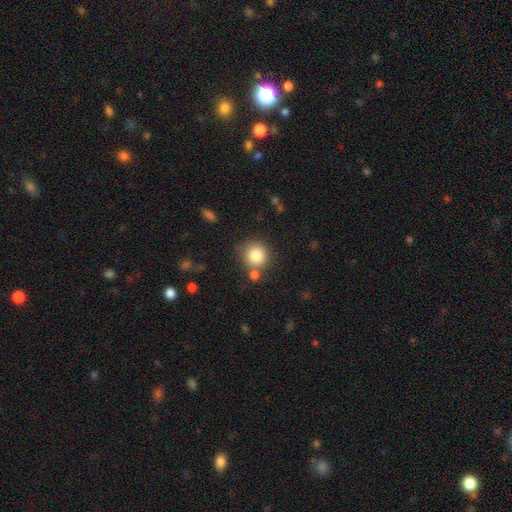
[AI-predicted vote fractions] Smooth or featured: smooth — 84% (star or artifact — 10%)
How rounded: round — 90% (in between — 9%)
Merging: none — 73% (merger — 13%)